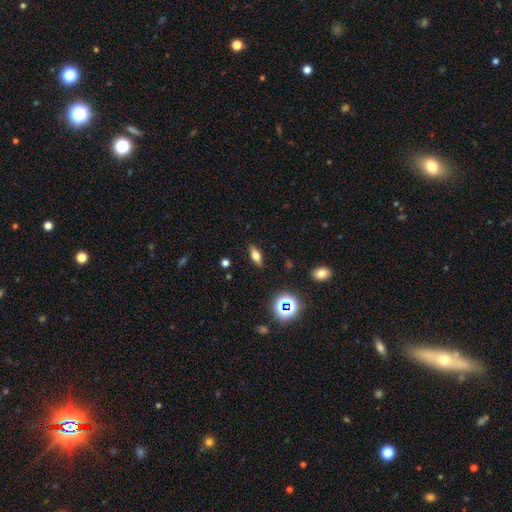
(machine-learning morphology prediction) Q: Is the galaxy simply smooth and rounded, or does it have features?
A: smooth — 53%.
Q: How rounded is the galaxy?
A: in between — 64%.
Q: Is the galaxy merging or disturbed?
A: none — 87%.